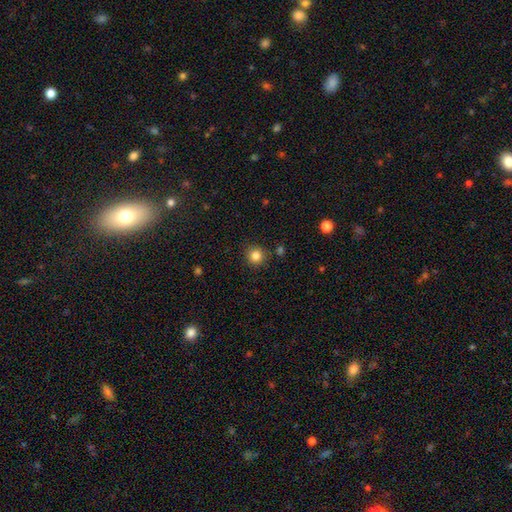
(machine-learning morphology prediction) Smooth or featured? Predicted: smooth (p=0.84). How rounded? Predicted: round (p=0.93). Merging? Predicted: none (p=0.88).